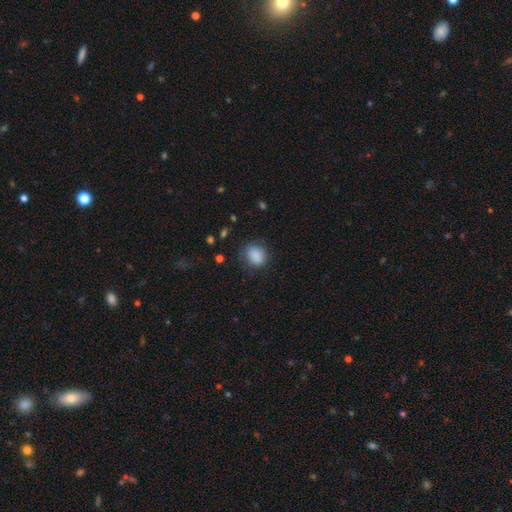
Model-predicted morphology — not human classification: This is clearly a smooth galaxy (88%). How rounded: possibly round (54%). Merging: likely none (75%).